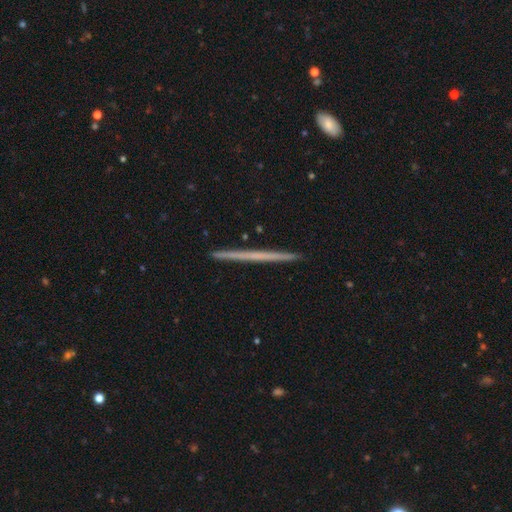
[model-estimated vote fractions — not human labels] Smooth or featured? Predicted: featured or disk (p=0.57). Edge-on disk? Predicted: yes (p=0.98). Edge-on bulge? Predicted: none (p=0.91). Merging? Predicted: none (p=0.93).